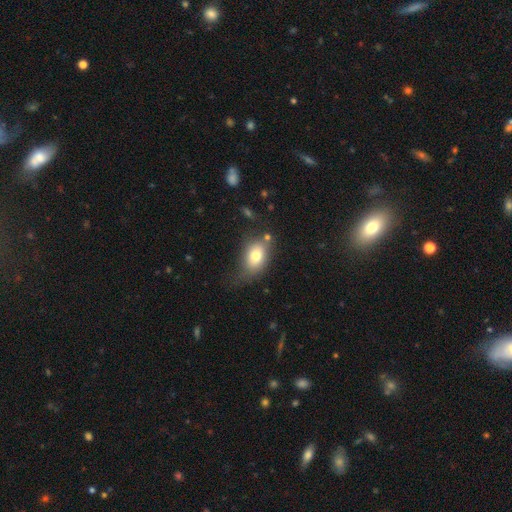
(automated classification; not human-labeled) smooth 75%, featured or disk 16%, star or artifact 9%. Down the decision tree: how rounded — in between (79%); merging — none (55%).